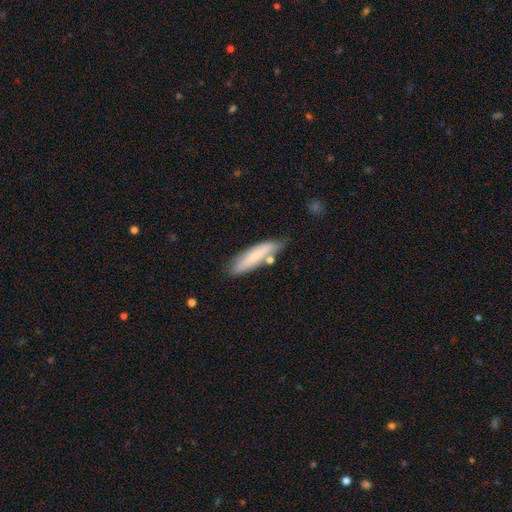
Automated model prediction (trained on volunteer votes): smooth-or-featured: smooth: 69% | featured or disk: 24% | star or artifact: 6%
  how-rounded: cigar-shaped: 76% | in between: 22% | round: 2%
  merging: none: 69% | minor disturbance: 18% | merger: 9% | major disturbance: 4%